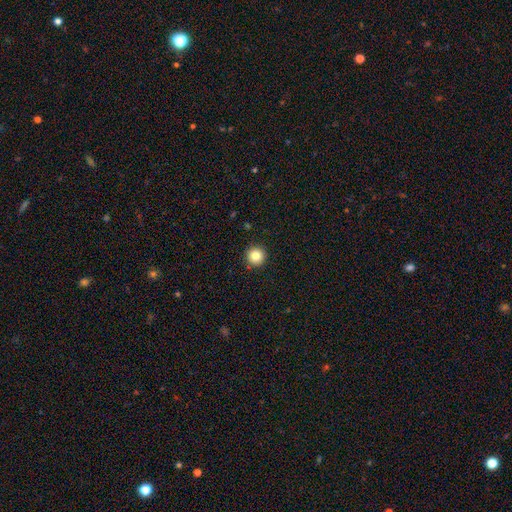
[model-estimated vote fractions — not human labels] Morphology: type=smooth (83%); roundness=round (96%); merging=none (93%).